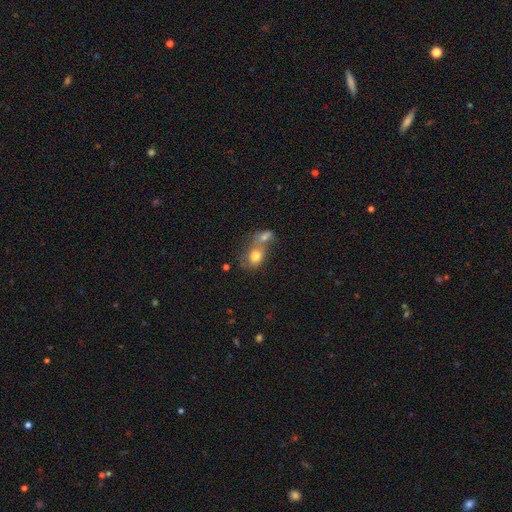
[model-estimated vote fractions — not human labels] Overall: smooth (78%). How rounded: in between (57%; round 42%). Merging: merger (56%; none 28%).